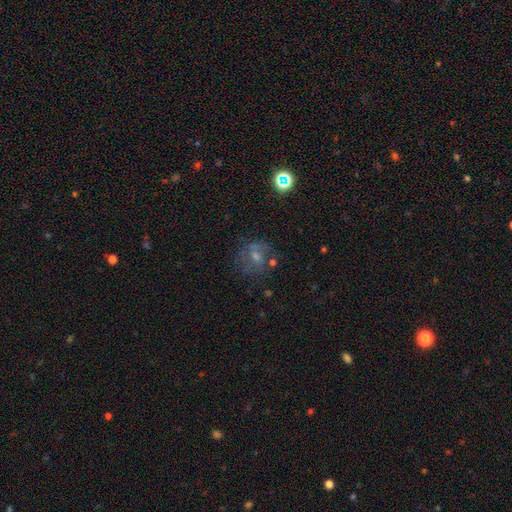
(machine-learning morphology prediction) Overall: featured or disk (37%; smooth 34%). Merging: none (68%).